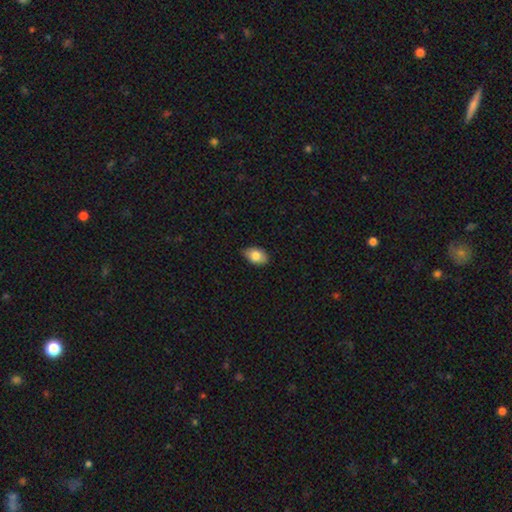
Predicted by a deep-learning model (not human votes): Smooth or featured: smooth — 80% (featured or disk — 13%)
How rounded: in between — 89% (round — 9%)
Merging: none — 81% (minor disturbance — 16%)